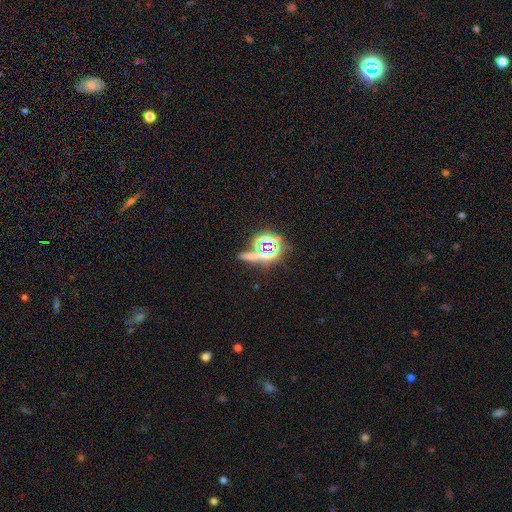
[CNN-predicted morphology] A star or artifact, not a galaxy (59%).